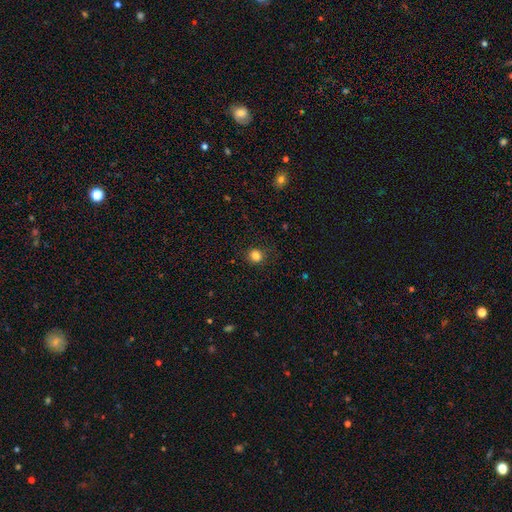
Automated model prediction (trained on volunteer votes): A smooth galaxy with no disk features (83%) that is round (84%).

Vote fractions:
- Smooth or featured? smooth: 83% / star or artifact: 12% / featured or disk: 5%
- How rounded? round: 84% / in between: 15% / cigar-shaped: 1%
- Merging? none: 87% / minor disturbance: 9% / major disturbance: 3% / merger: 1%